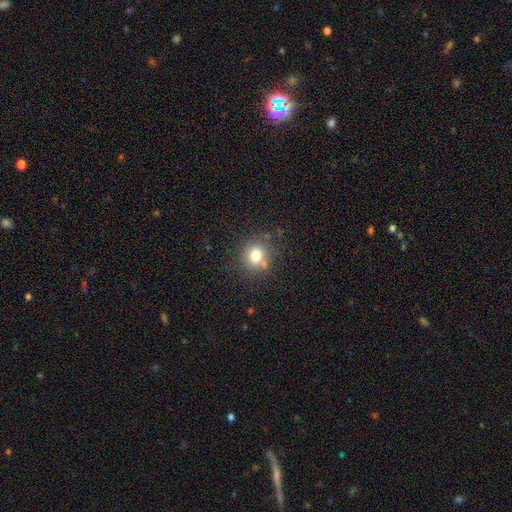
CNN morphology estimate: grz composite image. It shows a smooth galaxy with no disk features (76%) that is round (78%). Merging: none (73%).